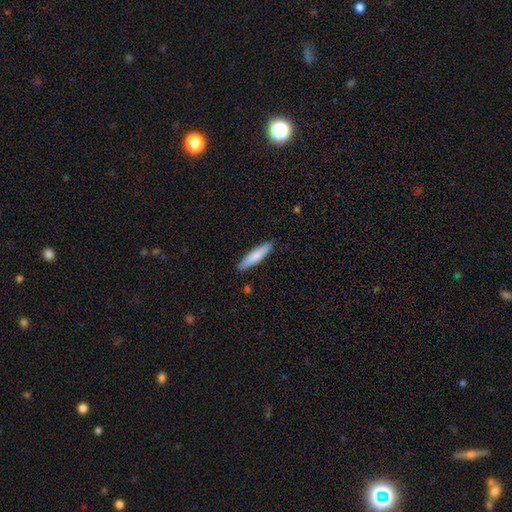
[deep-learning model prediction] smooth-or-featured: smooth: 78% | featured or disk: 16% | star or artifact: 5%
  how-rounded: cigar-shaped: 85% | in between: 14% | round: 1%
  merging: none: 89% | minor disturbance: 8% | major disturbance: 2% | merger: 1%